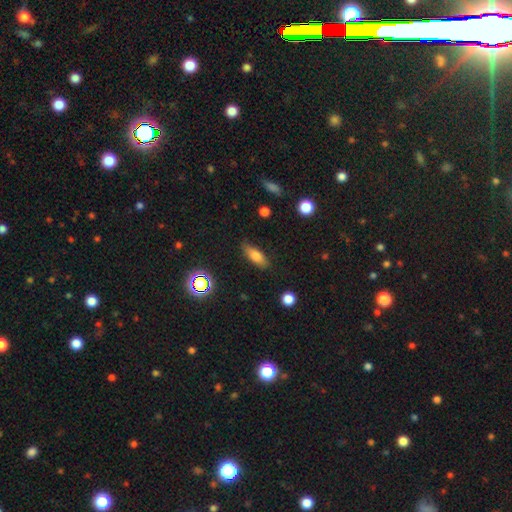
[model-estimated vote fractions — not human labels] Smooth or featured?
  - smooth: 74% *
  - featured or disk: 16%
  - star or artifact: 10%
How rounded?
  - in between: 67% *
  - cigar-shaped: 30%
  - round: 4%
Merging?
  - none: 81% *
  - minor disturbance: 14%
  - major disturbance: 3%
  - merger: 1%